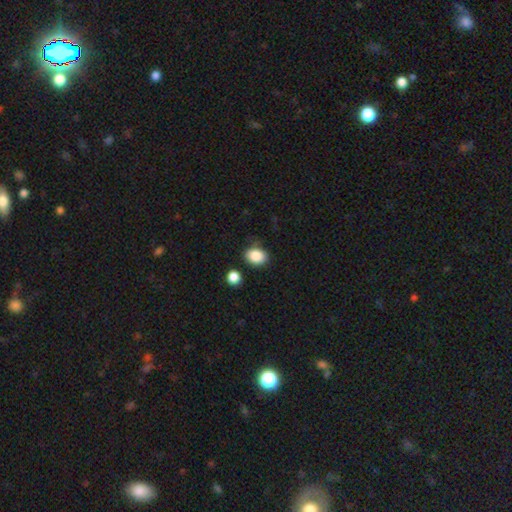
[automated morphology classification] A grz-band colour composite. It shows a smooth galaxy with no disk features (87%) that is in between round and cigar-shaped (66%). Merging: none (78%).